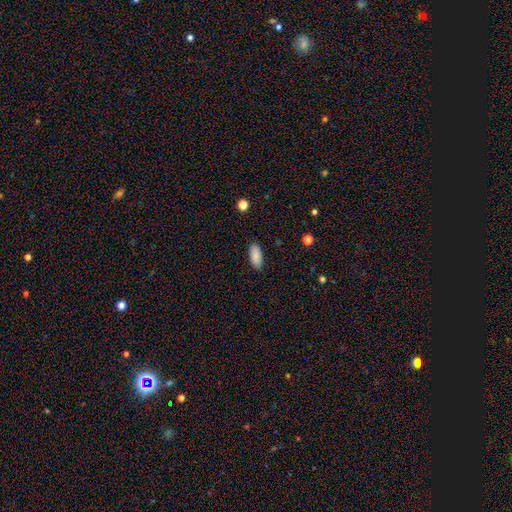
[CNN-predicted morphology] type=smooth (86%); roundness=in between (89%); merging=none (88%).